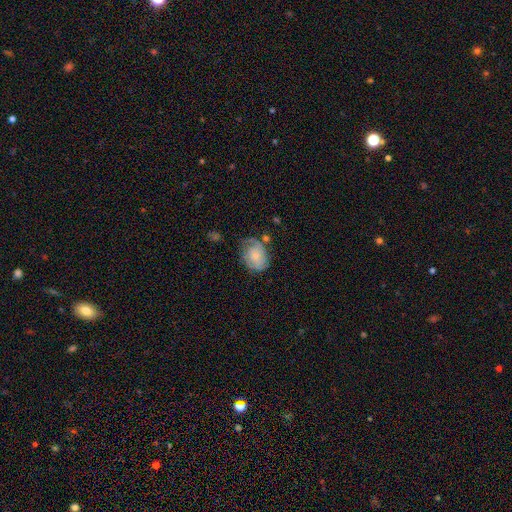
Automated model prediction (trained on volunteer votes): A featured or disk galaxy (47%).

Vote fractions:
- Smooth or featured? featured or disk: 47% / smooth: 46% / star or artifact: 8%
- Merging? none: 45% / minor disturbance: 30% / major disturbance: 19% / merger: 6%